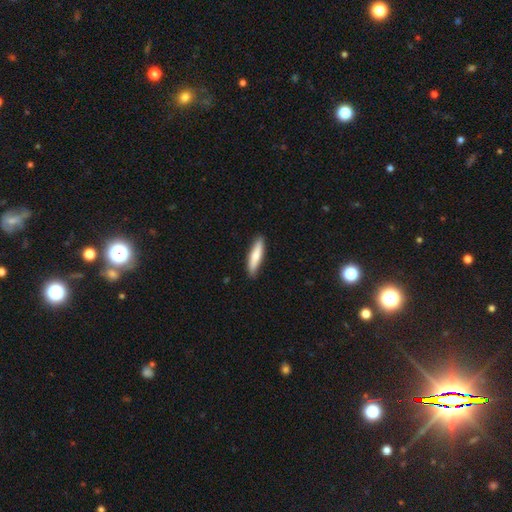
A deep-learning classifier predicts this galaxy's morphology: smooth 70%, featured or disk 25%, star or artifact 5%. Down the decision tree: how rounded — cigar-shaped (80%); merging — none (87%).